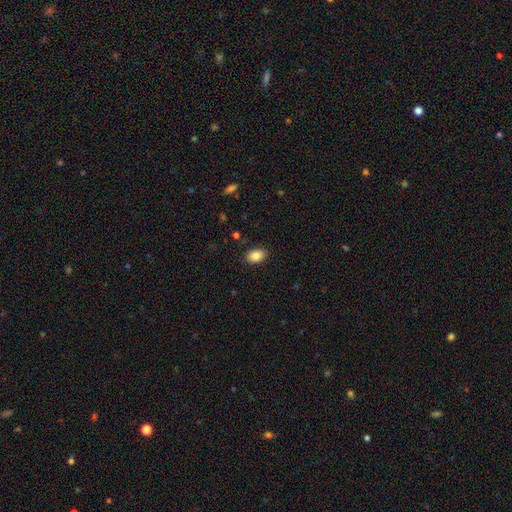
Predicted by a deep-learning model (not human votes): Smooth or featured? Predicted: smooth (p=0.87). How rounded? Predicted: in between (p=0.85). Merging? Predicted: none (p=0.87).